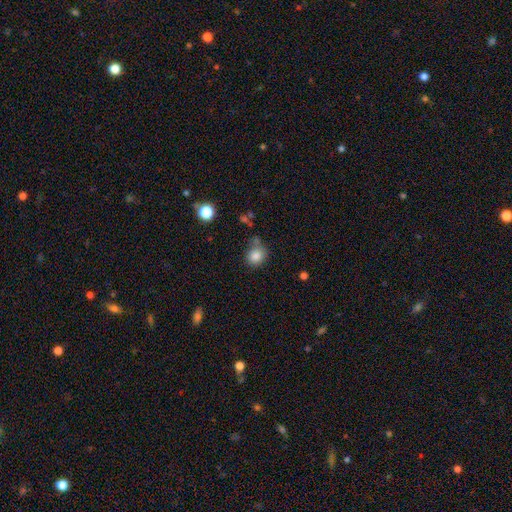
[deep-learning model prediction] A smooth galaxy with no disk features (83%) that is round (78%). Merging: none (62%).